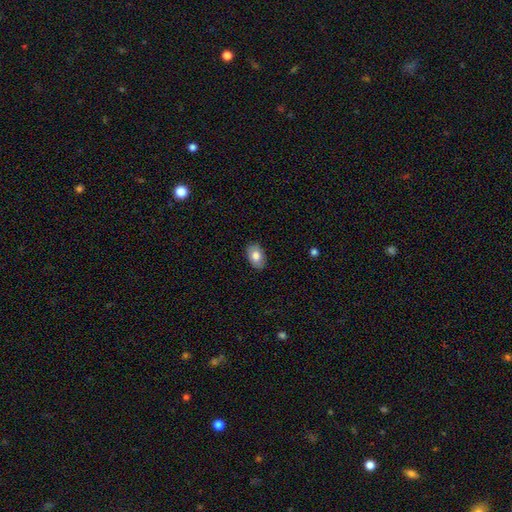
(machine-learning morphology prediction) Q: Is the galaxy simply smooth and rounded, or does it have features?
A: smooth — 79%.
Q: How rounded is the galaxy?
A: in between — 87%.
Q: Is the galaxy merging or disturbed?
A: none — 87%.